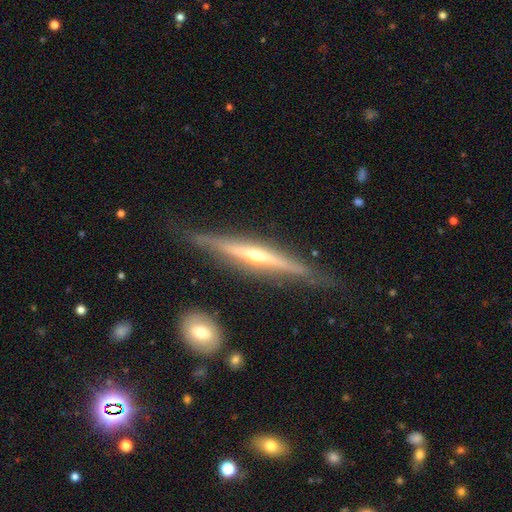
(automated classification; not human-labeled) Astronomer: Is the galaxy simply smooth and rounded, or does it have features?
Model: featured or disk — 81%.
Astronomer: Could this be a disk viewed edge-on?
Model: yes — 96%.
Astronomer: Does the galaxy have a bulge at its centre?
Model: rounded — 78%.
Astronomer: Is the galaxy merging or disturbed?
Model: none — 80%.